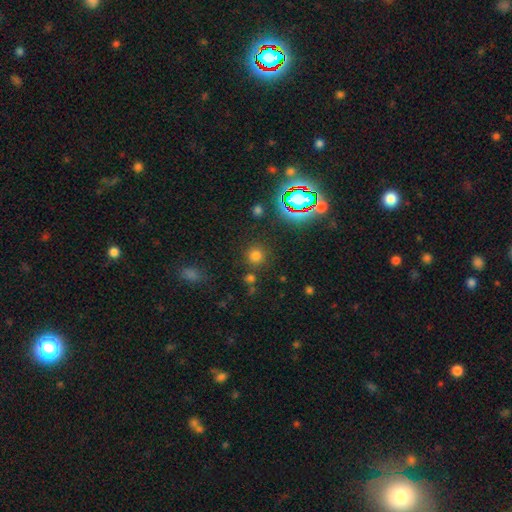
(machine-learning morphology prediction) Overall: smooth (69%). How rounded: round (93%). Merging: none (82%).